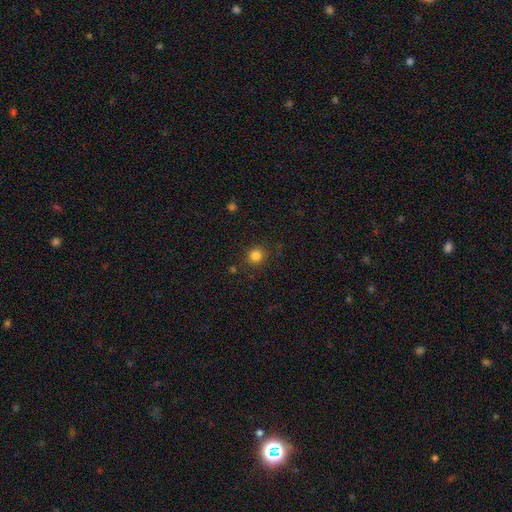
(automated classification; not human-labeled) Morphology: type=smooth (82%); roundness=round (89%); merging=none (87%).